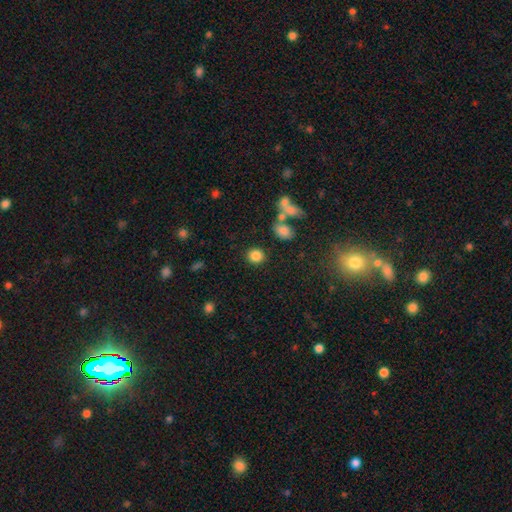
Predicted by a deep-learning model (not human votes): This is clearly a smooth galaxy (84%). How rounded: clearly round (82%). Merging: clearly none (85%).